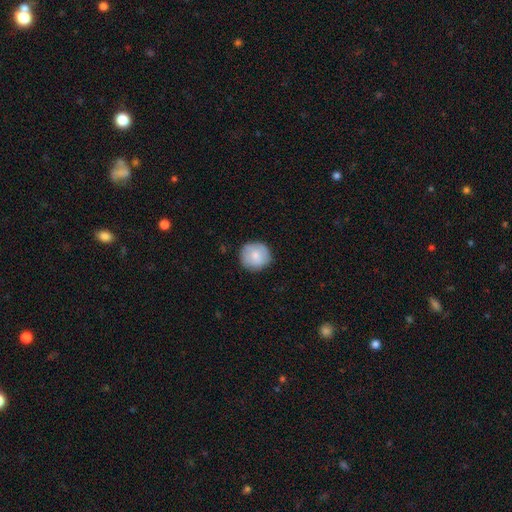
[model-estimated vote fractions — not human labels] This is likely a smooth galaxy (78%). How rounded: clearly round (92%). Merging: clearly none (86%).